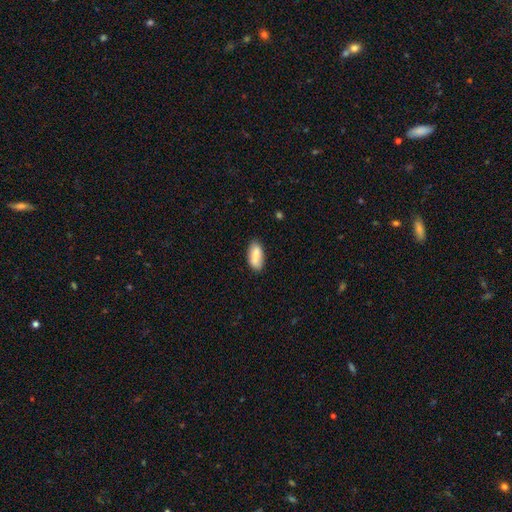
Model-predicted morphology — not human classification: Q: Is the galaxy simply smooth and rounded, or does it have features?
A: smooth — 82%.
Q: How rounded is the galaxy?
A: in between — 86%.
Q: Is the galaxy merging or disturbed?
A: none — 81%.